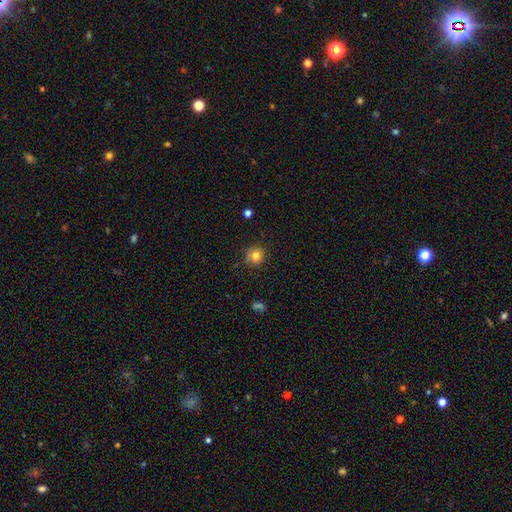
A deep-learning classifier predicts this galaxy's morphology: type=smooth (80%); roundness=round (90%); merging=none (83%).